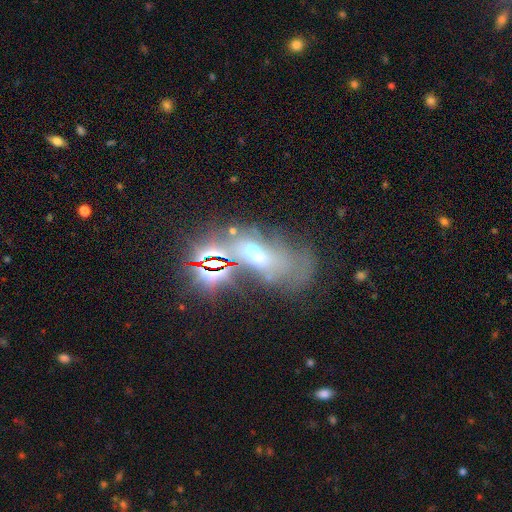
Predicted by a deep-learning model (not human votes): featured or disk 37%, star or artifact 36%, smooth 27%. Down the decision tree: merging — major disturbance (36%).